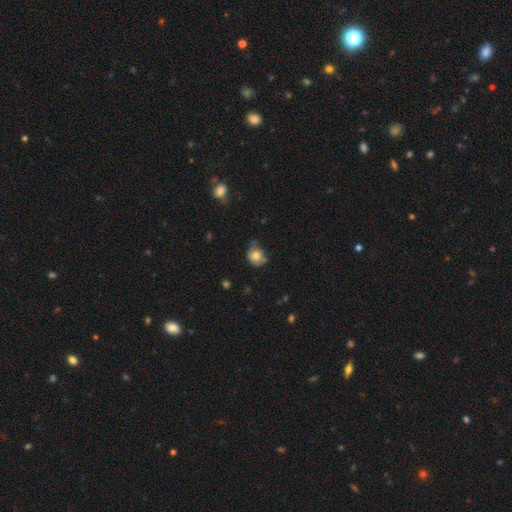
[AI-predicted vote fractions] Overall: smooth (72%). How rounded: round (62%; in between 37%). Merging: none (43%; minor disturbance 38%).